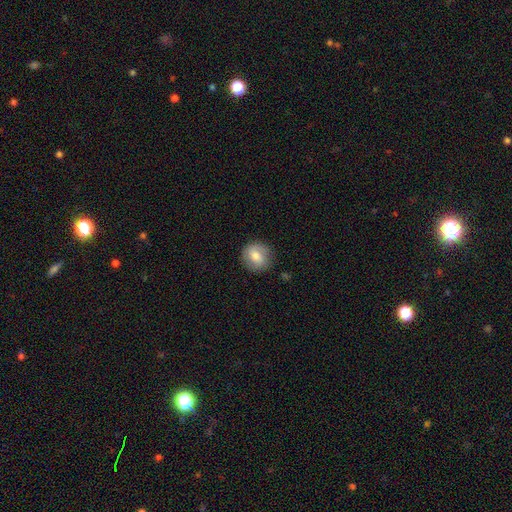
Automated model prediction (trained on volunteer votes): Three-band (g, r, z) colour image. It shows a smooth galaxy with no disk features (71%) that is round (86%). Merging: none (84%).